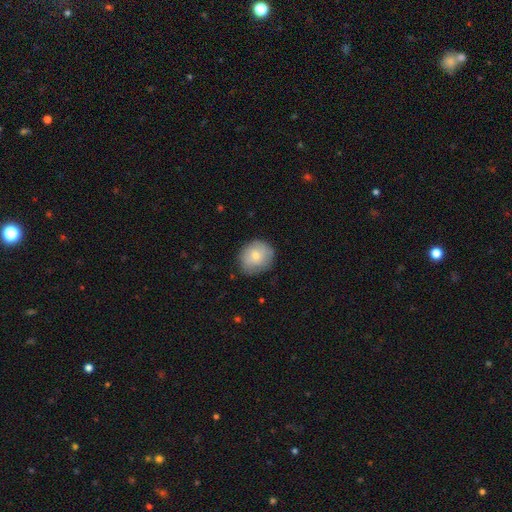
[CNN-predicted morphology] smooth_or_featured: smooth (p=0.72) [alt: featured or disk p=0.21]
how_rounded: round (p=0.76) [alt: in between p=0.23]
merging: none (p=0.76) [alt: minor disturbance p=0.18]